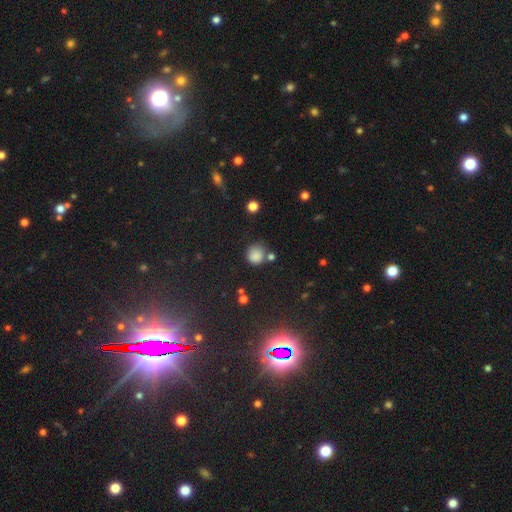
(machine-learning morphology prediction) Smooth or featured: smooth — 80% (star or artifact — 14%)
How rounded: round — 88% (in between — 11%)
Merging: none — 63% (minor disturbance — 19%)